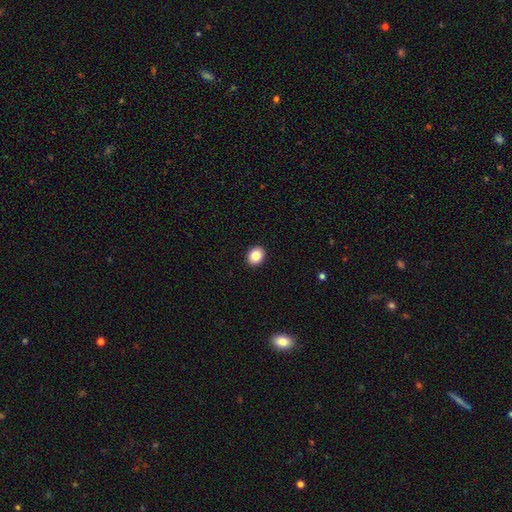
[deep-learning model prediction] Smooth or featured?
  - smooth: 85% *
  - star or artifact: 9%
  - featured or disk: 6%
How rounded?
  - round: 54% *
  - in between: 45%
  - cigar-shaped: 1%
Merging?
  - none: 92% *
  - minor disturbance: 5%
  - major disturbance: 1%
  - merger: 1%